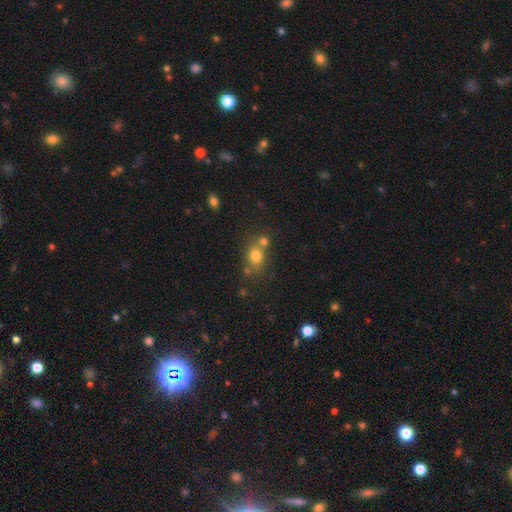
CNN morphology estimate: smooth-or-featured: smooth: 74% | star or artifact: 14% | featured or disk: 11%
  how-rounded: round: 64% | in between: 35% | cigar-shaped: 1%
  merging: none: 54% | merger: 31% | minor disturbance: 11% | major disturbance: 4%